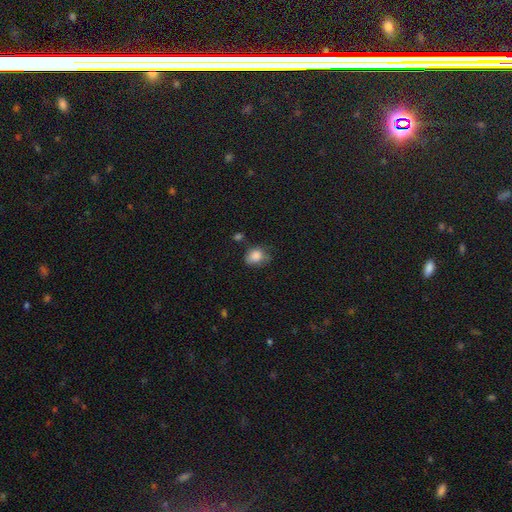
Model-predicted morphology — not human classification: Smooth or featured? Predicted: smooth (p=0.83). How rounded? Predicted: round (p=0.50). Merging? Predicted: none (p=0.51).